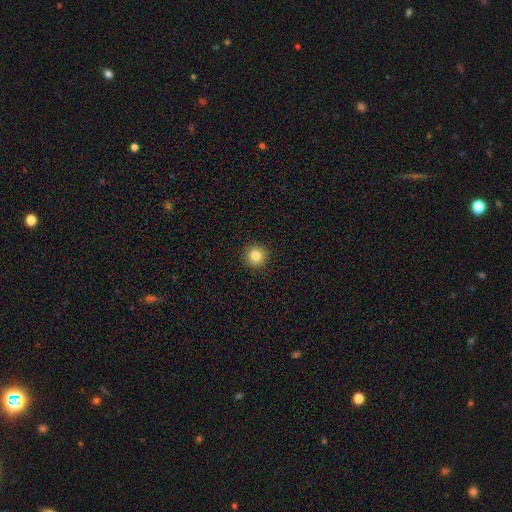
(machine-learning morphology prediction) Q: Smooth or featured?
A: smooth (83%); runner-up: star or artifact (11%)
Q: How rounded?
A: round (95%); runner-up: in between (4%)
Q: Merging?
A: none (93%); runner-up: minor disturbance (4%)